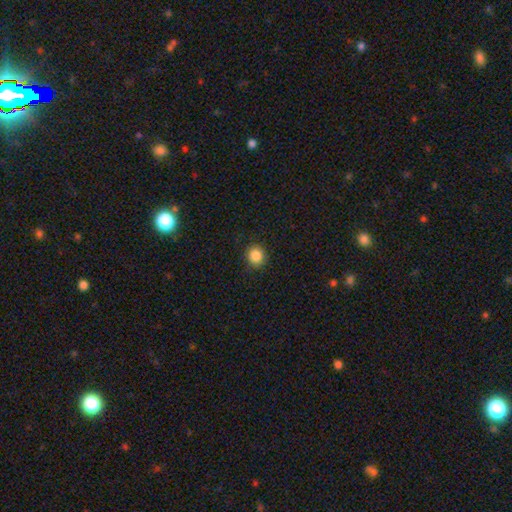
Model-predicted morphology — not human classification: A smooth galaxy with no disk features (86%) that is round (86%). Merging: none (90%).